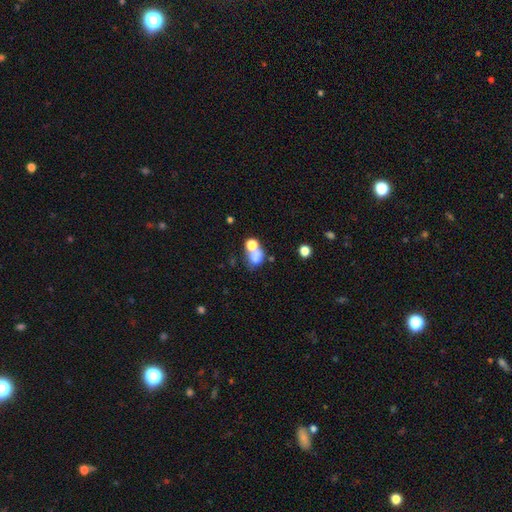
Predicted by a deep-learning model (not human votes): smooth 69%, featured or disk 16%, star or artifact 15%. Down the decision tree: how rounded — in between (56%); merging — merger (50%).